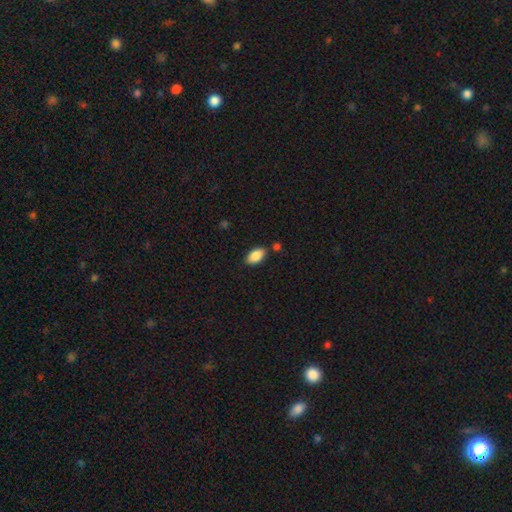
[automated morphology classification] A smooth galaxy with no disk features (86%) that is in between round and cigar-shaped (92%). Merging: none (78%).